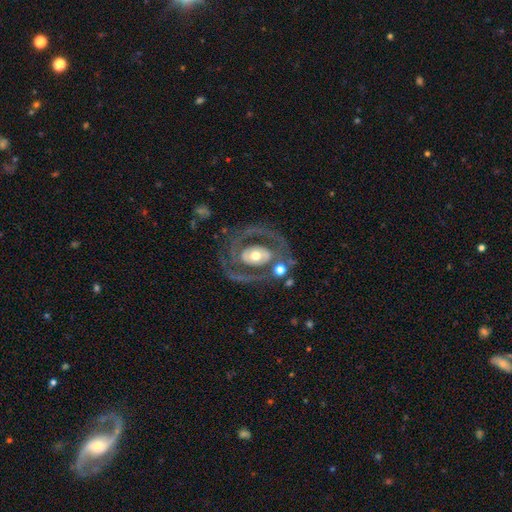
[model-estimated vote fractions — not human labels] Morphology: type=featured or disk (79%); edge-on=no (96%); bar=no (60%); spiral arms=yes (69%); winding=medium (41%, tied with tight); arm count=2 (67%); bulge=moderate (66%); merging=none (64%).